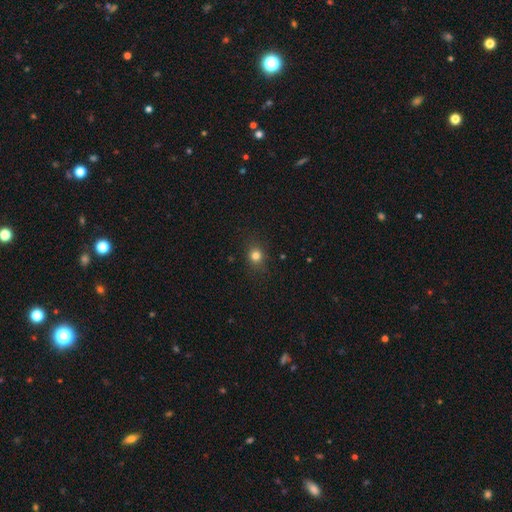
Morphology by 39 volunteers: smooth_or_featured: smooth (p=0.87) [alt: star or artifact p=0.10]
how_rounded: round (p=0.85) [alt: in between p=0.15]
merging: none (p=0.89) [alt: minor disturbance p=0.11]